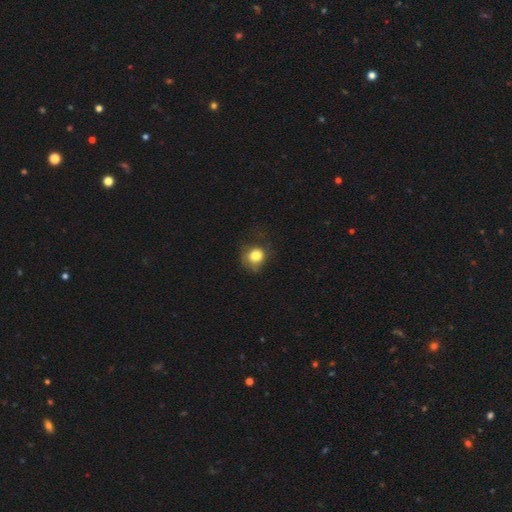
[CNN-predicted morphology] type=smooth (79%); roundness=round (77%); merging=none (52%).